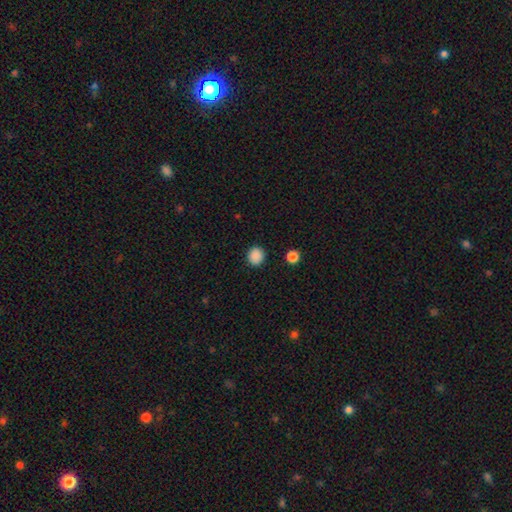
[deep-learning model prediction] Q: Smooth or featured?
A: smooth (88%); runner-up: star or artifact (10%)
Q: How rounded?
A: round (85%); runner-up: in between (14%)
Q: Merging?
A: none (91%); runner-up: minor disturbance (6%)